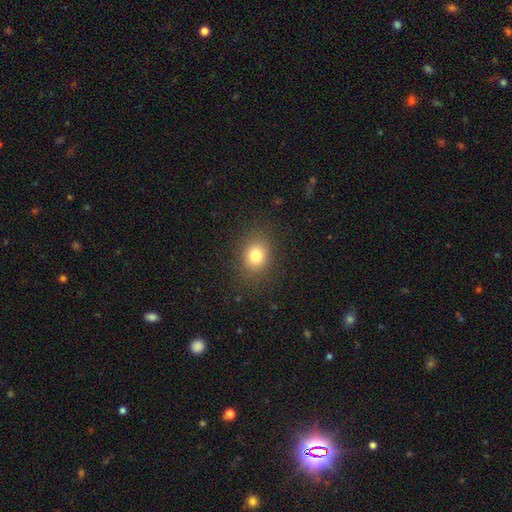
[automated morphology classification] Overall: smooth (79%). How rounded: round (54%; in between 45%). Merging: none (85%).